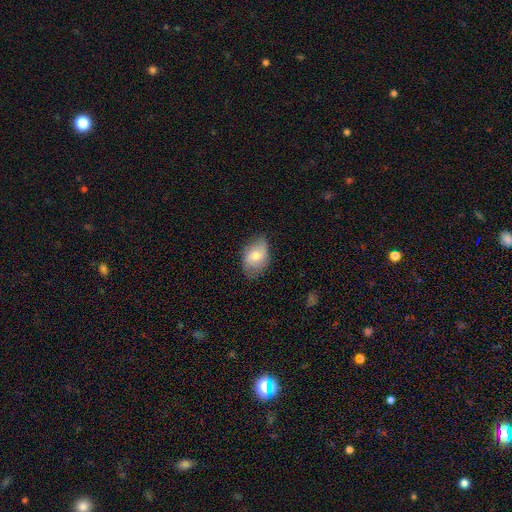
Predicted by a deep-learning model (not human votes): Smooth or featured? Predicted: smooth (p=0.69). How rounded? Predicted: in between (p=0.84). Merging? Predicted: none (p=0.68).